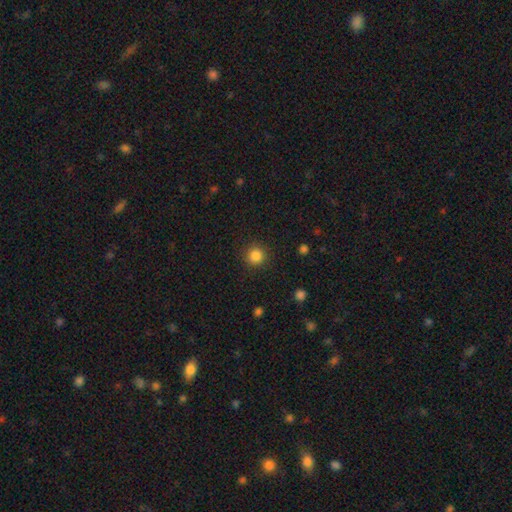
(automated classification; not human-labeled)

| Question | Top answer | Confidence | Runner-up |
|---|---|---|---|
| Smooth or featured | smooth | 84% | star or artifact (12%) |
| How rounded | round | 94% | in between (5%) |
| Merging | none | 90% | minor disturbance (6%) |